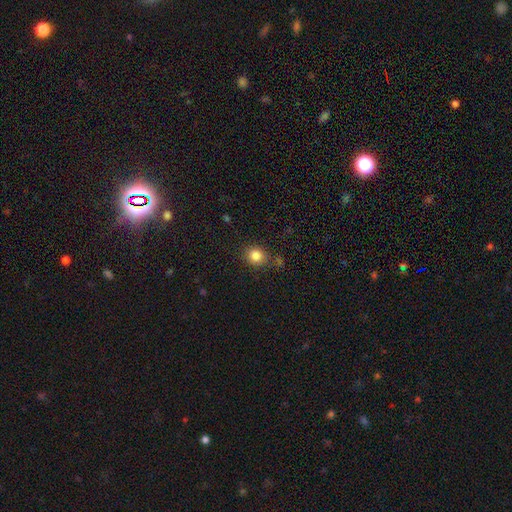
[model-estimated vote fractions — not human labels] This is clearly a smooth galaxy (84%). How rounded: likely round (77%). Merging: likely none (79%).